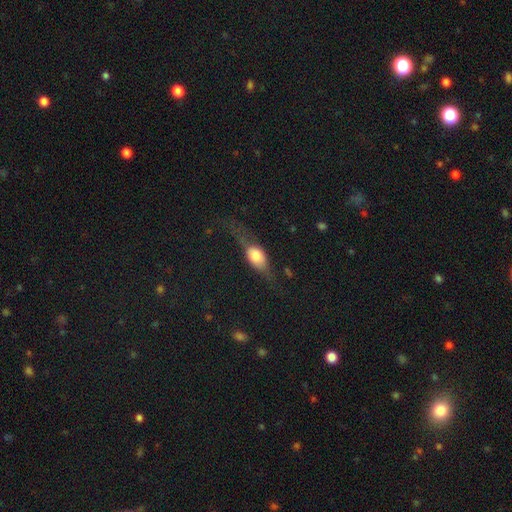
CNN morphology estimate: smooth 49%, featured or disk 42%, star or artifact 9%. Down the decision tree: merging — none (50%).